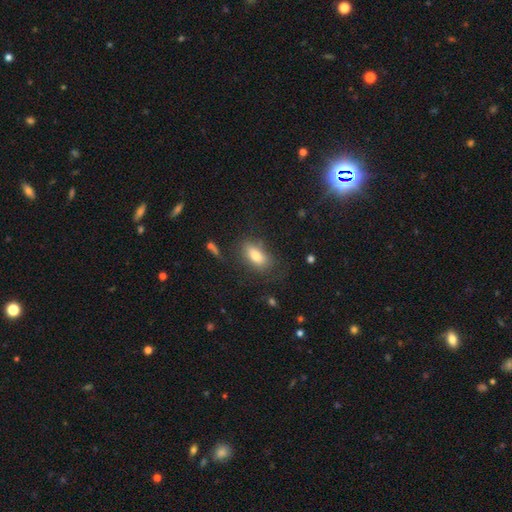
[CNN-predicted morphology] Smooth or featured? Predicted: smooth (p=0.77). How rounded? Predicted: in between (p=0.87). Merging? Predicted: none (p=0.70).